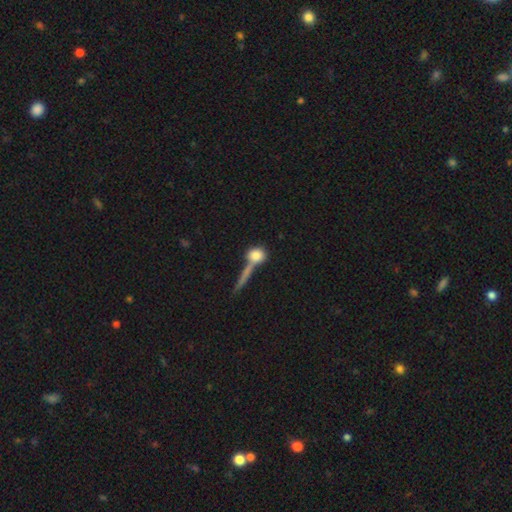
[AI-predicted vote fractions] Smooth or featured? smooth (77%)
How rounded? round (68%)
Merging? none (44%)